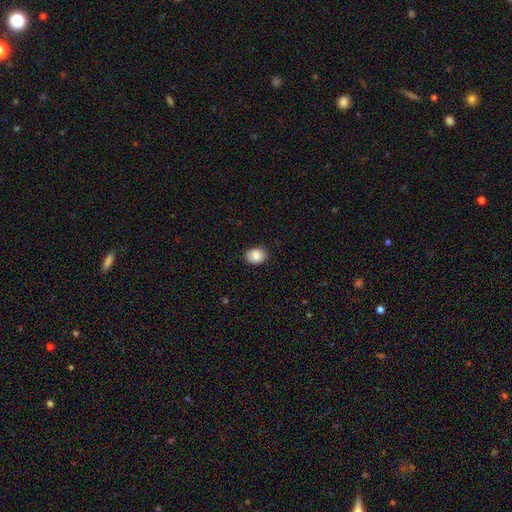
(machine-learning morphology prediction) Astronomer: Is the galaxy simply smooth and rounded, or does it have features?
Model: smooth — 88%.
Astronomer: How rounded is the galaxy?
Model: in between — 61% (runner-up: round, 38%).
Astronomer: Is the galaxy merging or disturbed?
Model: none — 86%.